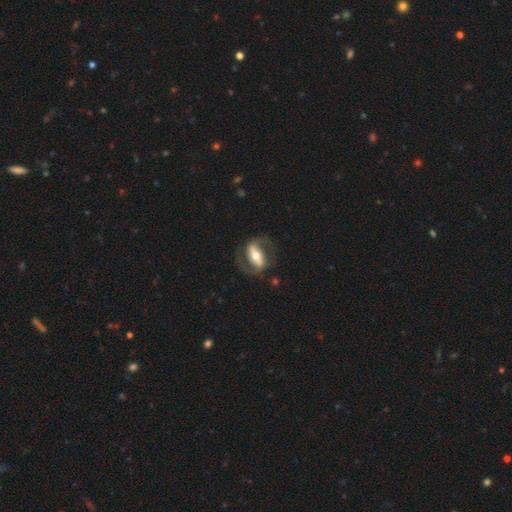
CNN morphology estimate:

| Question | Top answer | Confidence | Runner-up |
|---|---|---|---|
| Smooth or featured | featured or disk | 79% | smooth (16%) |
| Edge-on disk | no | 92% | yes (8%) |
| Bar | strong | 62% | weak (23%) |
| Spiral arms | yes | 84% | no (16%) |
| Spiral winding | medium | 51% | loose (28%) |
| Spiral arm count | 2 | 89% | can't tell (5%) |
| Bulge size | moderate | 64% | small (18%) |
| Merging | none | 73% | minor disturbance (14%) |